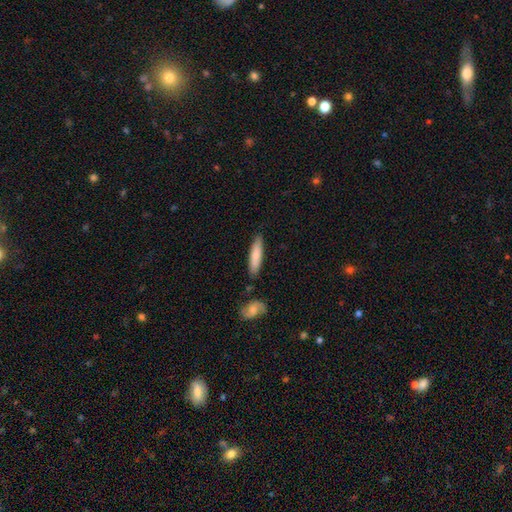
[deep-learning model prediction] This is likely a smooth galaxy (79%). How rounded: likely cigar-shaped (78%). Merging: clearly none (83%).